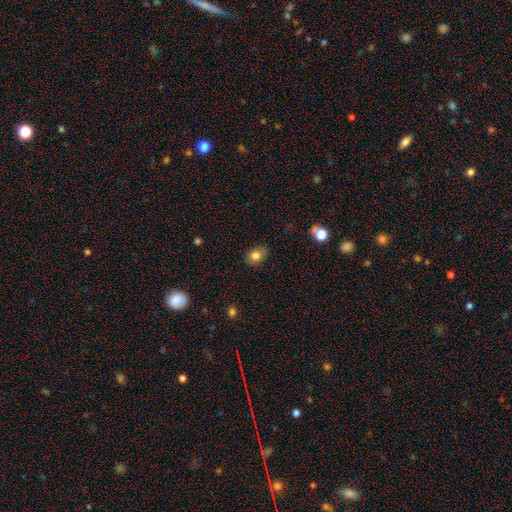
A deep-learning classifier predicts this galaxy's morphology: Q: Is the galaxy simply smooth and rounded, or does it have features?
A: smooth — 80%.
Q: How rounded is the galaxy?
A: in between — 64%.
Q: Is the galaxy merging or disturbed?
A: none — 79%.